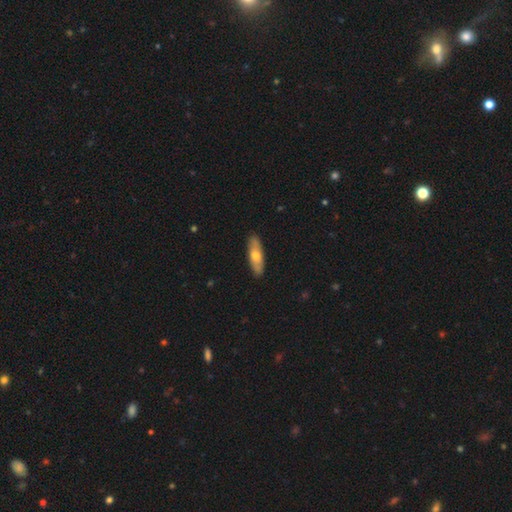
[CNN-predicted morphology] The model was most divided on "how rounded": cigar-shaped: 51%, in between: 47%, round: 2%. More confident: merging — none (89%); smooth or featured — smooth (63%).